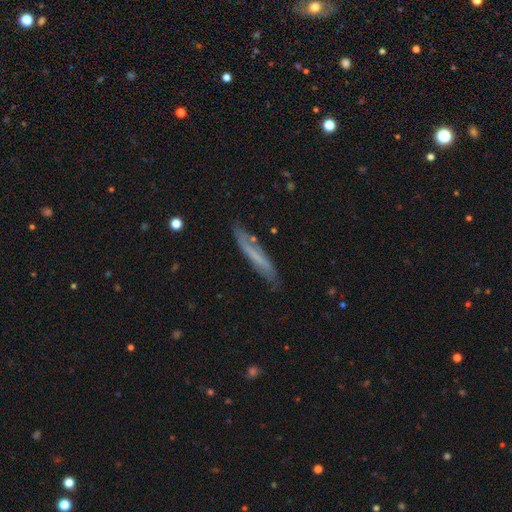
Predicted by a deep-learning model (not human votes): Smooth or featured? Predicted: featured or disk (p=0.50). Merging? Predicted: none (p=0.72).